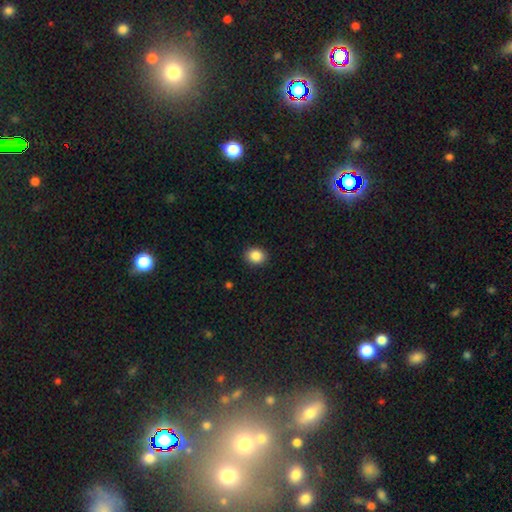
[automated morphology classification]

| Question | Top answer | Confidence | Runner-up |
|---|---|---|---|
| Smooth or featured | smooth | 87% | star or artifact (9%) |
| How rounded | round | 59% | in between (40%) |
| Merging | none | 90% | minor disturbance (7%) |